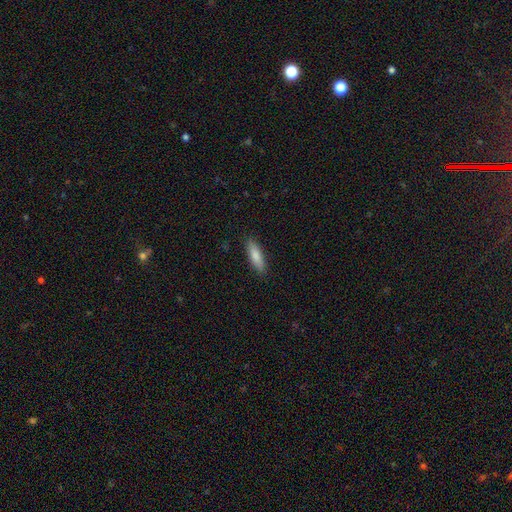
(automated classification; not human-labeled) Overall: smooth (83%). How rounded: cigar-shaped (59%; in between 39%). Merging: none (89%).